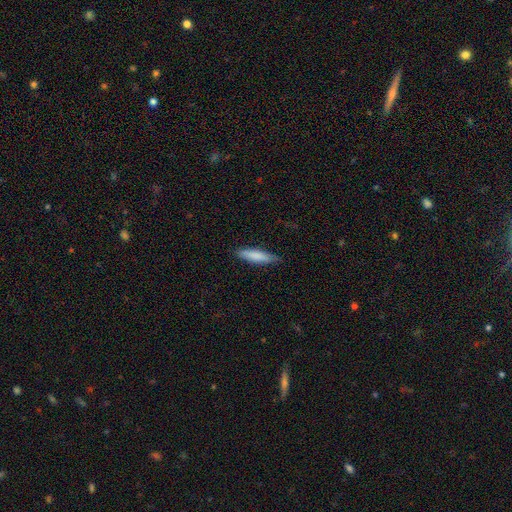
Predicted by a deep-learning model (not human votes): smooth_or_featured: smooth (p=0.81) [alt: featured or disk p=0.13]
how_rounded: cigar-shaped (p=0.74) [alt: in between p=0.25]
merging: none (p=0.81) [alt: minor disturbance p=0.15]